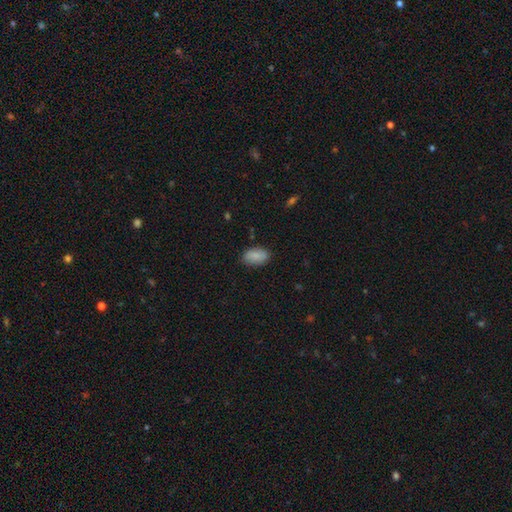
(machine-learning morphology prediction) A smooth galaxy with no disk features (85%) that is in between round and cigar-shaped (92%).

Vote fractions:
- Smooth or featured? smooth: 85% / featured or disk: 8% / star or artifact: 7%
- How rounded? in between: 92% / round: 6% / cigar-shaped: 2%
- Merging? none: 83% / minor disturbance: 13% / major disturbance: 3% / merger: 1%